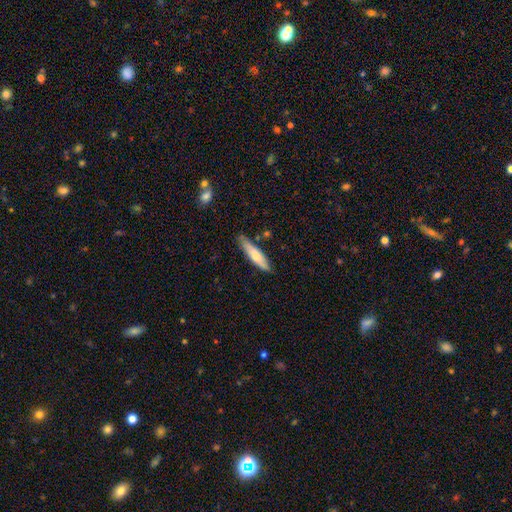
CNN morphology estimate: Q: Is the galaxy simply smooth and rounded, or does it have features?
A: smooth — 68%.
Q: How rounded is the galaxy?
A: cigar-shaped — 80%.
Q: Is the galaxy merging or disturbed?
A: none — 80%.